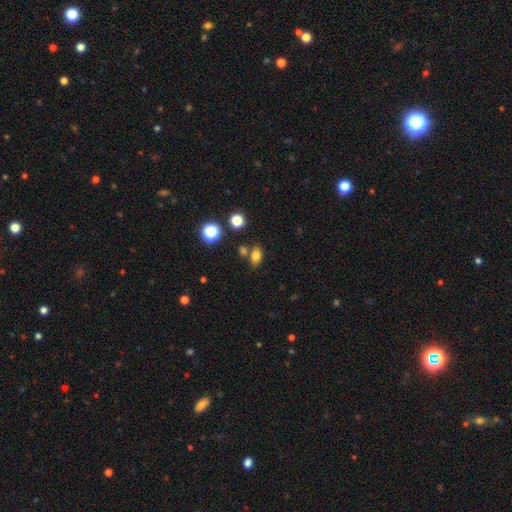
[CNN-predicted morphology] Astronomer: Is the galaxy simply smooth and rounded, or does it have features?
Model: smooth — 78%.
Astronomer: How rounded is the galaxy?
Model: in between — 82%.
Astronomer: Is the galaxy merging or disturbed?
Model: none — 68%.